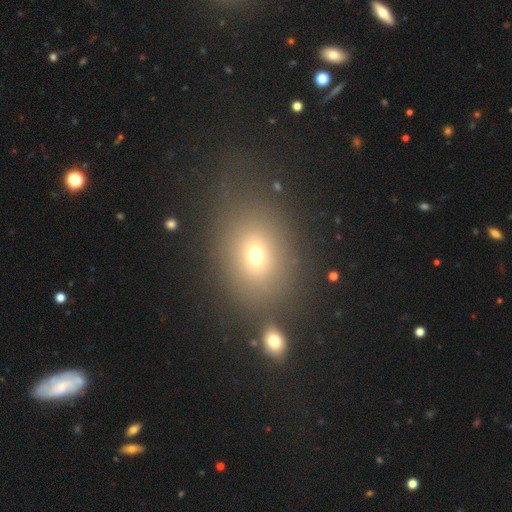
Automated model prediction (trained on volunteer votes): Smooth or featured?
  - smooth: 65% *
  - star or artifact: 22%
  - featured or disk: 13%
How rounded?
  - in between: 56% *
  - round: 42%
  - cigar-shaped: 2%
Merging?
  - none: 70% *
  - minor disturbance: 13%
  - merger: 9%
  - major disturbance: 8%